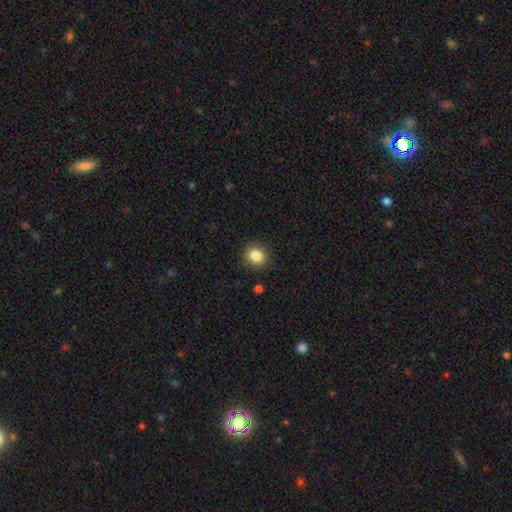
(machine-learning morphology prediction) Q: Smooth or featured?
A: smooth (85%); runner-up: star or artifact (10%)
Q: How rounded?
A: round (71%); runner-up: in between (28%)
Q: Merging?
A: none (88%); runner-up: minor disturbance (8%)